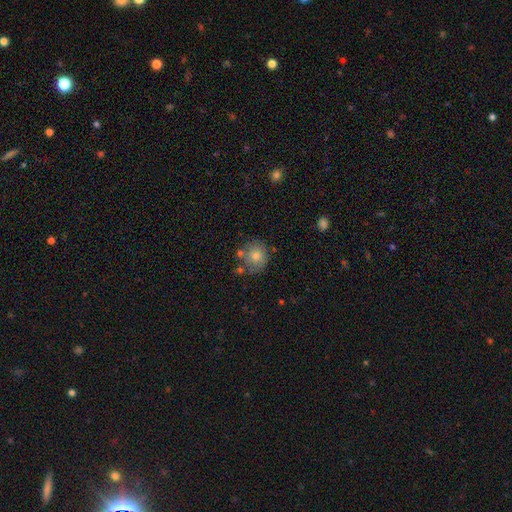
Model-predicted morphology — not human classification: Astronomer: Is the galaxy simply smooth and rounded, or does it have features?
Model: smooth — 71%.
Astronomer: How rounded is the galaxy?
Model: round — 86%.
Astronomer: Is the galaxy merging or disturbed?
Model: none — 66%.